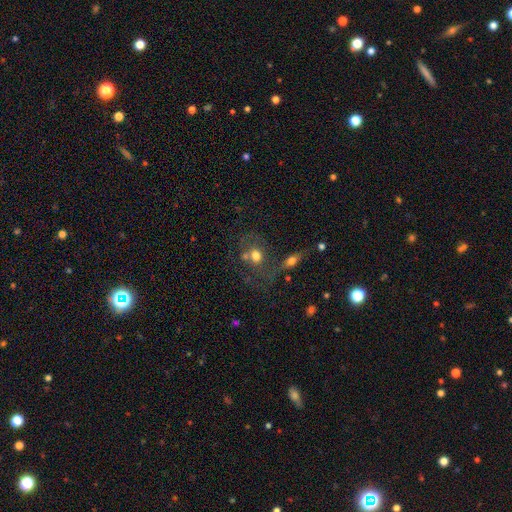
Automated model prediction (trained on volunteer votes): smooth_or_featured: smooth (p=0.60) [alt: featured or disk p=0.26]
how_rounded: round (p=0.59) [alt: in between p=0.39]
merging: none (p=0.40) [alt: merger p=0.34]